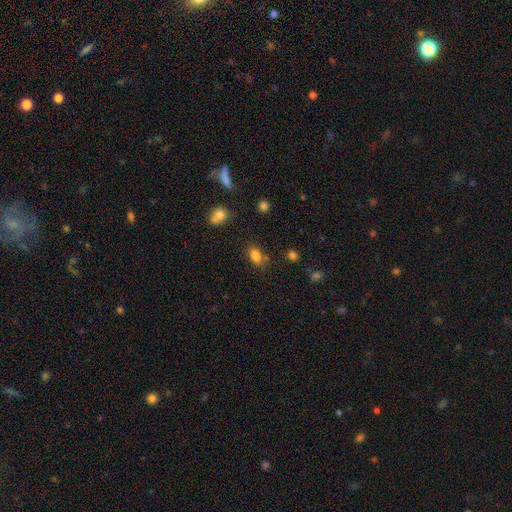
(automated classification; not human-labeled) Smooth or featured? Predicted: smooth (p=0.83). How rounded? Predicted: in between (p=0.85). Merging? Predicted: none (p=0.70).